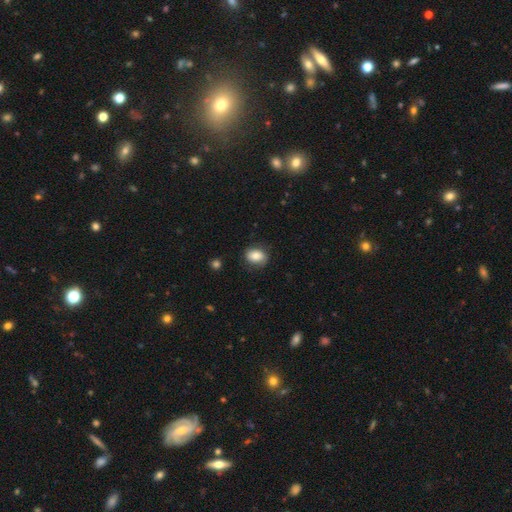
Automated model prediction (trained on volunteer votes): Q: Smooth or featured?
A: smooth (78%); runner-up: featured or disk (14%)
Q: How rounded?
A: in between (59%); runner-up: round (40%)
Q: Merging?
A: none (81%); runner-up: minor disturbance (14%)